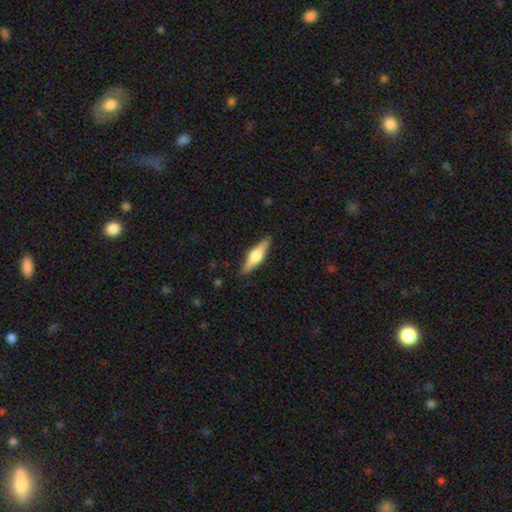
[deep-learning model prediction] Overall: featured or disk (54%; smooth 41%). Edge-on disk: yes (95%). Edge-on bulge: rounded (90%). Merging: none (89%).